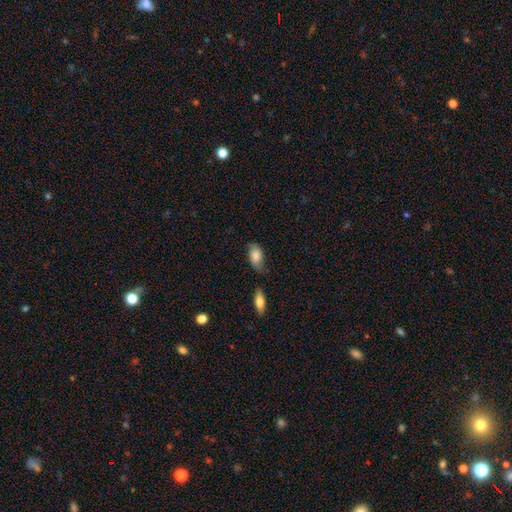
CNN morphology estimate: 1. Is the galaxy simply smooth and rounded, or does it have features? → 74% smooth, 19% featured or disk, 7% star or artifact.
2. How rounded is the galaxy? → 91% in between, 5% round, 4% cigar-shaped.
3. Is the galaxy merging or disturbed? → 56% none, 30% minor disturbance, 8% major disturbance, 6% merger.